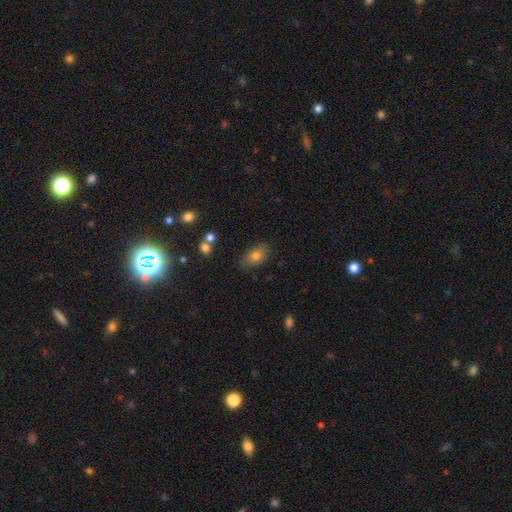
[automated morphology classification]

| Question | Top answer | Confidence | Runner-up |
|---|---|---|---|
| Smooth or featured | smooth | 78% | featured or disk (12%) |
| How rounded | in between | 85% | round (12%) |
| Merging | none | 78% | minor disturbance (15%) |